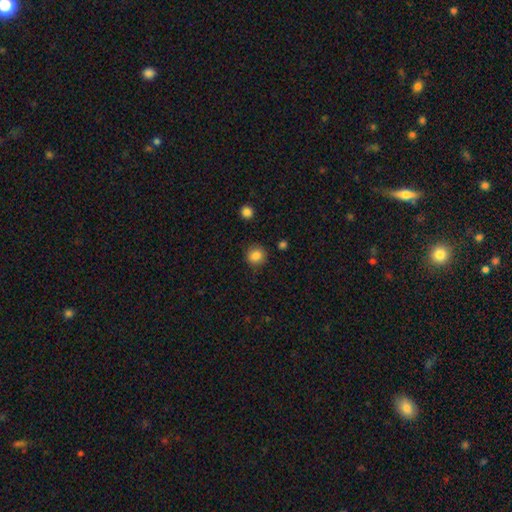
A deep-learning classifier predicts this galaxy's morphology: The model was most divided on "smooth or featured": smooth: 85%, star or artifact: 10%, featured or disk: 4%. More confident: how rounded — round (87%); merging — none (87%).